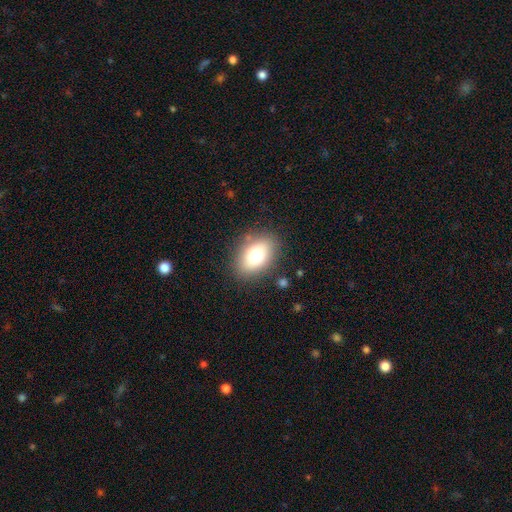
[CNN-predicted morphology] A smooth galaxy with no disk features (75%) that is in between round and cigar-shaped (81%).

Vote fractions:
- Smooth or featured? smooth: 75% / featured or disk: 15% / star or artifact: 10%
- How rounded? in between: 81% / round: 17% / cigar-shaped: 2%
- Merging? none: 83% / minor disturbance: 12% / major disturbance: 4% / merger: 2%